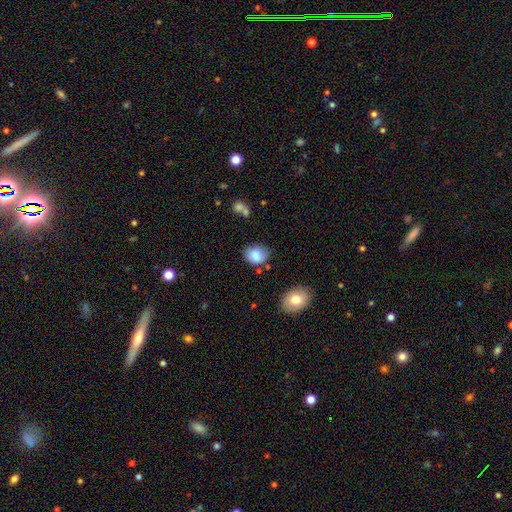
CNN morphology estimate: Smooth or featured? Predicted: smooth (p=0.83). How rounded? Predicted: in between (p=0.57). Merging? Predicted: none (p=0.68).